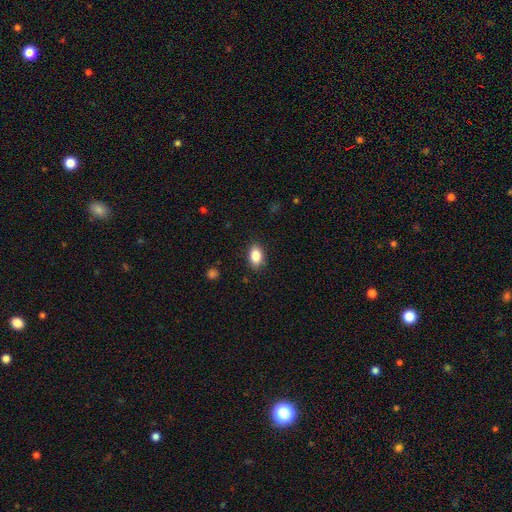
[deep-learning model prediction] A smooth galaxy with no disk features (86%) that is in between round and cigar-shaped (85%). Merging: none (87%).